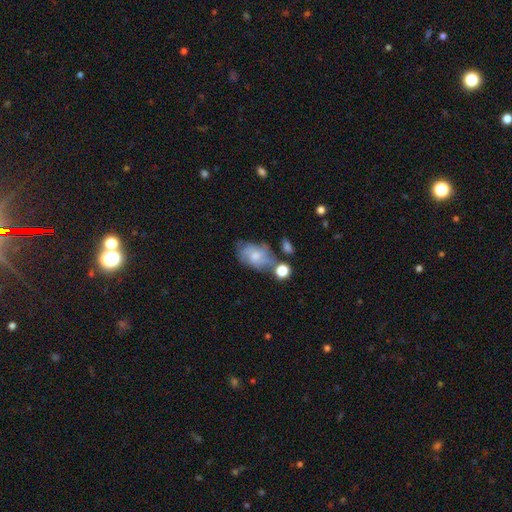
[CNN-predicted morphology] smooth-or-featured: smooth: 47% | featured or disk: 43% | star or artifact: 9%
  merging: none: 43% | minor disturbance: 27% | major disturbance: 15% | merger: 15%